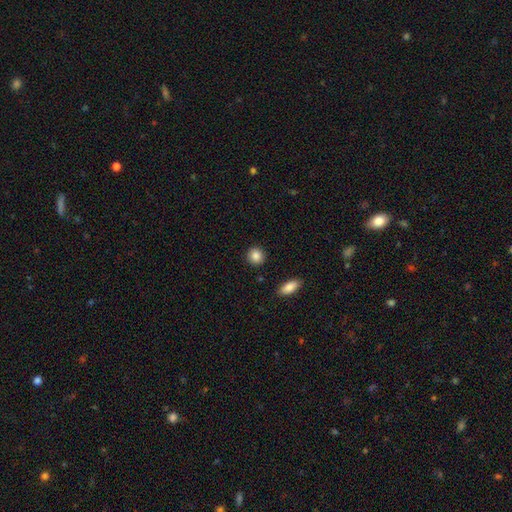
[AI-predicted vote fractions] This is clearly a smooth galaxy (87%). How rounded: clearly round (88%). Merging: clearly none (90%).